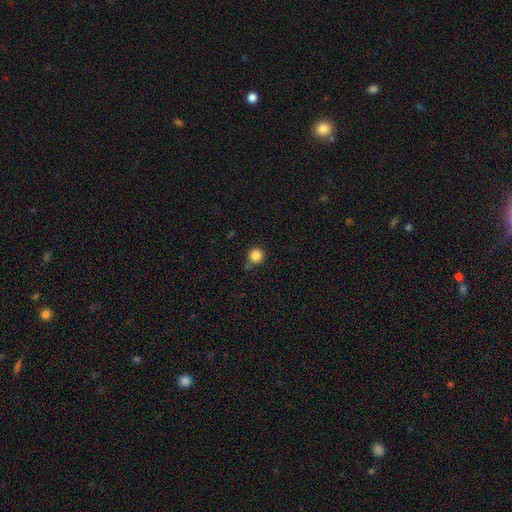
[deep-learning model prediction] This is clearly a smooth galaxy (86%). How rounded: clearly round (94%). Merging: clearly none (81%).